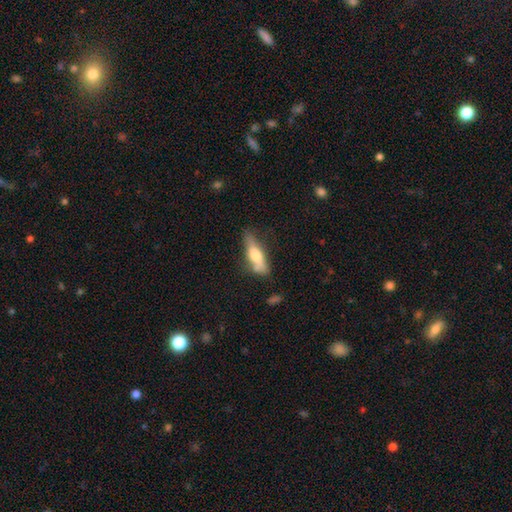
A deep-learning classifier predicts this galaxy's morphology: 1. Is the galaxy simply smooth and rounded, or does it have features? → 57% smooth, 36% featured or disk, 7% star or artifact.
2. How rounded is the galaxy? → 55% cigar-shaped, 42% in between, 3% round.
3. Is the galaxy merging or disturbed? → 56% none, 27% minor disturbance, 9% major disturbance, 7% merger.